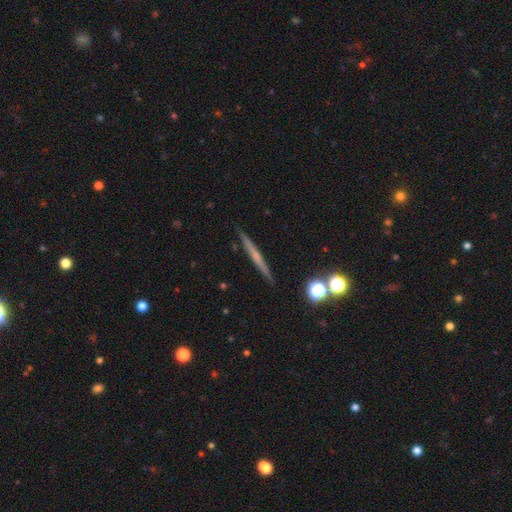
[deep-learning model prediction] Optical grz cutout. It shows a featured or disk galaxy (54%) viewed edge-on (97%) with no central bulge (76%). Merging: none (90%).